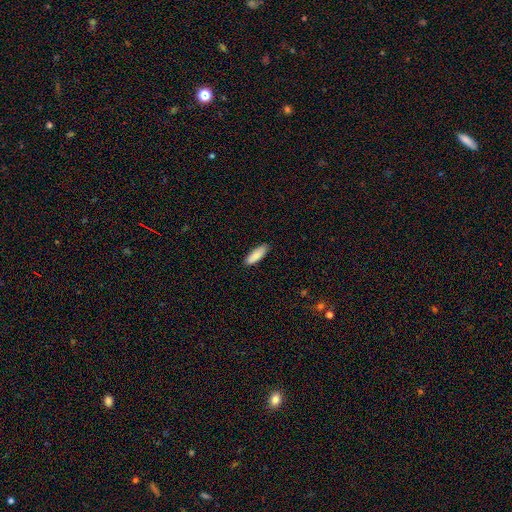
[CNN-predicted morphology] smooth_or_featured: smooth (p=0.88) [alt: featured or disk p=0.07]
how_rounded: in between (p=0.61) [alt: cigar-shaped p=0.38]
merging: none (p=0.87) [alt: minor disturbance p=0.10]